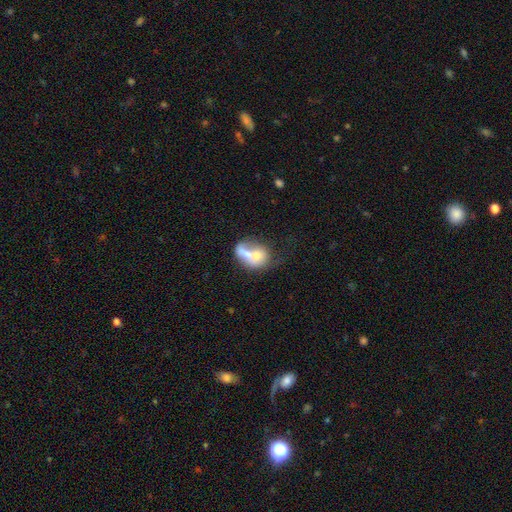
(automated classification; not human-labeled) smooth 59%, featured or disk 33%, star or artifact 8%. Down the decision tree: how rounded — in between (55%); merging — merger (65%).